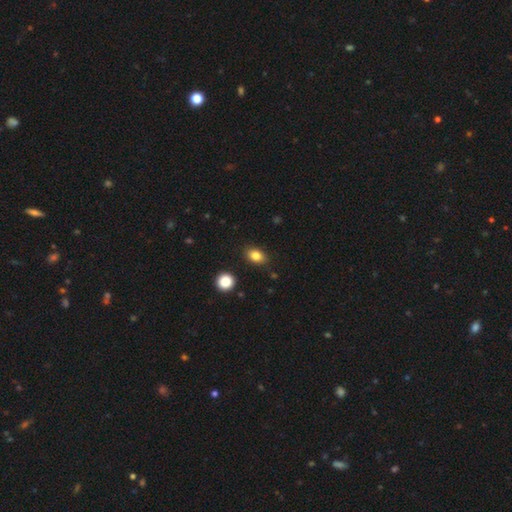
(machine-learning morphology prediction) This is clearly a smooth galaxy (83%). How rounded: likely in between (71%). Merging: clearly none (86%).